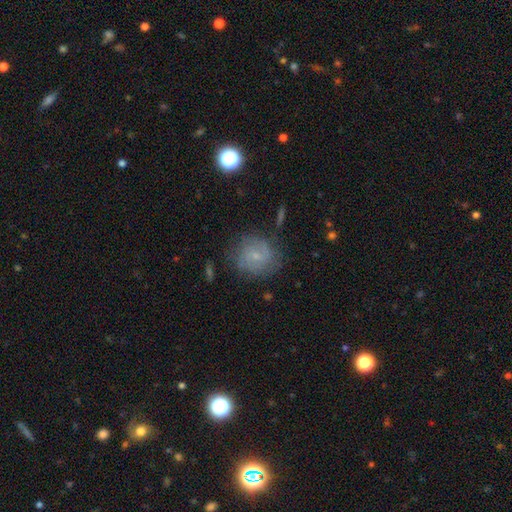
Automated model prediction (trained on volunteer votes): A smooth galaxy with no disk features (45%).

Vote fractions:
- Smooth or featured? smooth: 45% / featured or disk: 43% / star or artifact: 12%
- Merging? none: 71% / minor disturbance: 19% / major disturbance: 8% / merger: 2%